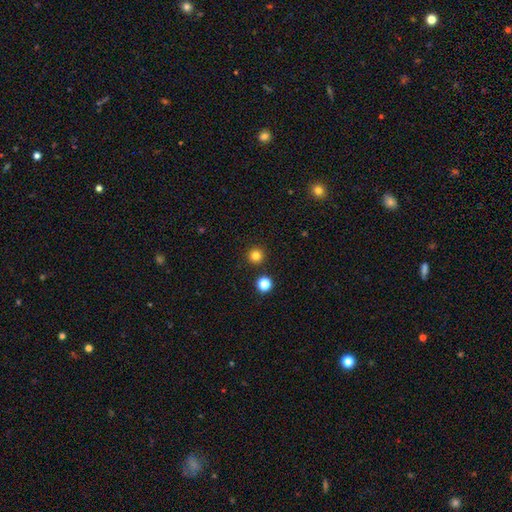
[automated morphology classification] Q: Smooth or featured?
A: smooth (81%); runner-up: star or artifact (14%)
Q: How rounded?
A: round (96%); runner-up: in between (3%)
Q: Merging?
A: none (92%); runner-up: minor disturbance (4%)